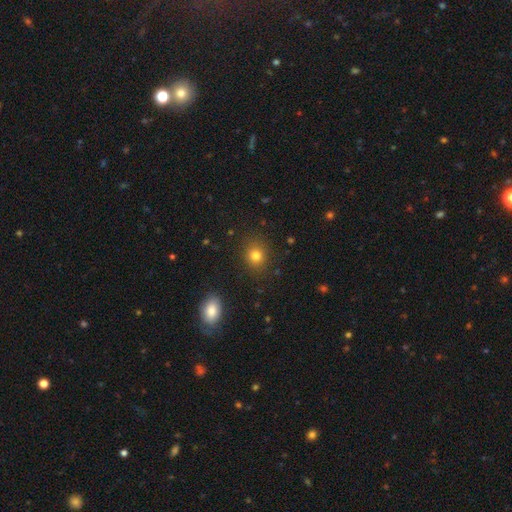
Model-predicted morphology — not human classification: Overall: smooth (81%). How rounded: round (75%). Merging: none (87%).